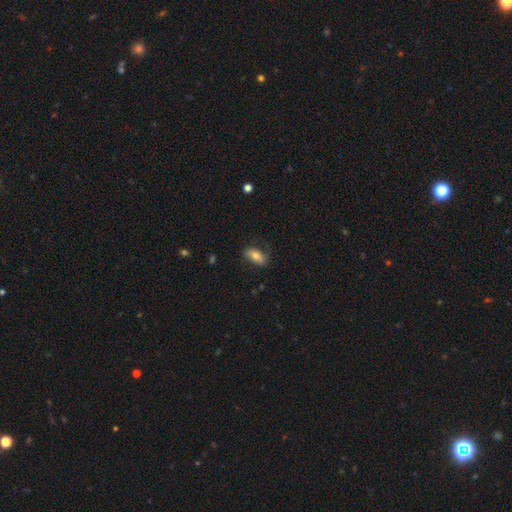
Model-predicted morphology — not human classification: Q: Smooth or featured?
A: smooth (63%); runner-up: featured or disk (29%)
Q: How rounded?
A: in between (88%); runner-up: cigar-shaped (6%)
Q: Merging?
A: none (68%); runner-up: minor disturbance (21%)